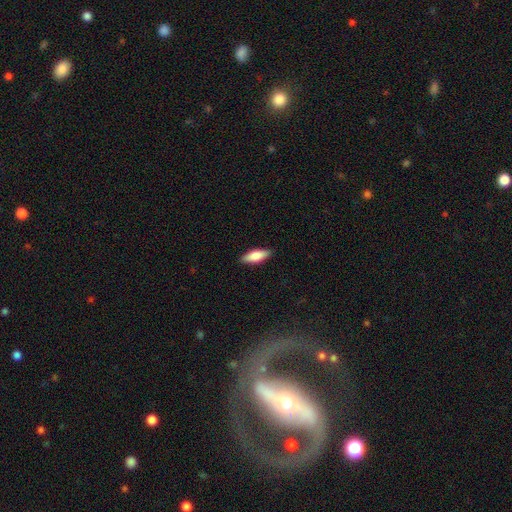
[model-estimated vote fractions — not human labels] Morphology: type=smooth (77%); roundness=in between (67%); merging=none (89%).